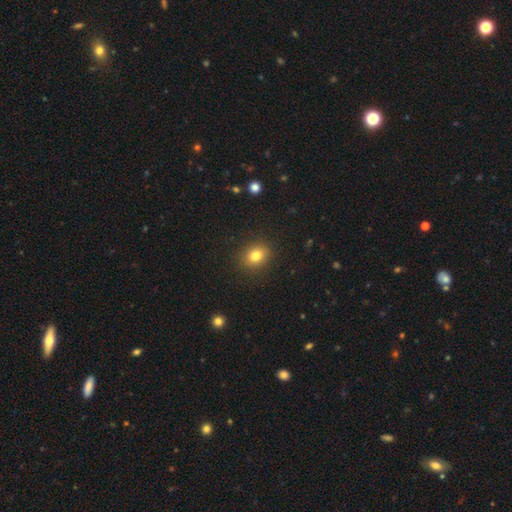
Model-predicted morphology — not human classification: smooth-or-featured: smooth: 81% | star or artifact: 11% | featured or disk: 8%
  how-rounded: round: 52% | in between: 47% | cigar-shaped: 1%
  merging: none: 89% | minor disturbance: 8% | major disturbance: 3% | merger: 1%